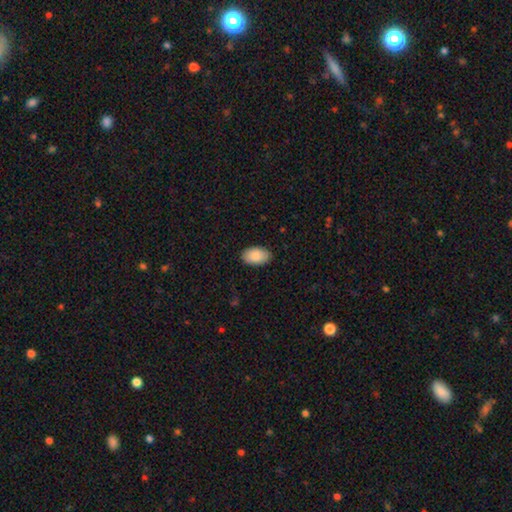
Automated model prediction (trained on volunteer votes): Smooth or featured? smooth (88%)
How rounded? in between (94%)
Merging? none (87%)